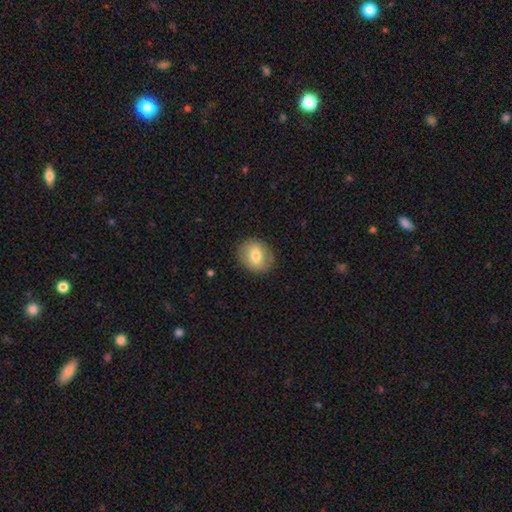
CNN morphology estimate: smooth_or_featured: smooth (p=0.67) [alt: featured or disk p=0.26]
how_rounded: round (p=0.58) [alt: in between p=0.41]
merging: none (p=0.86) [alt: minor disturbance p=0.10]